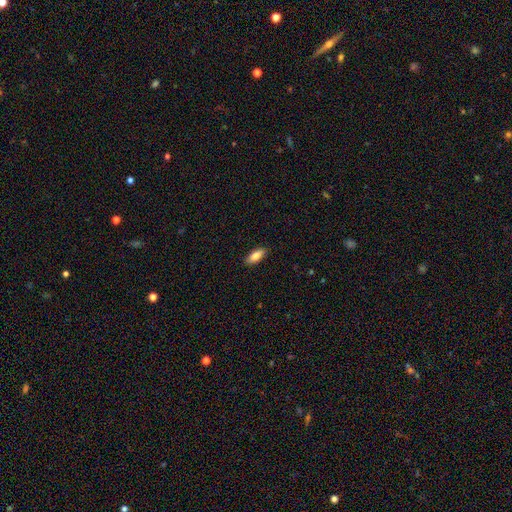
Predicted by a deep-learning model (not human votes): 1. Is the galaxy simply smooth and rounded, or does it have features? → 80% smooth, 14% featured or disk, 6% star or artifact.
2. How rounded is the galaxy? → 74% in between, 24% cigar-shaped, 2% round.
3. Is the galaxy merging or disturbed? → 89% none, 8% minor disturbance, 2% major disturbance, 1% merger.